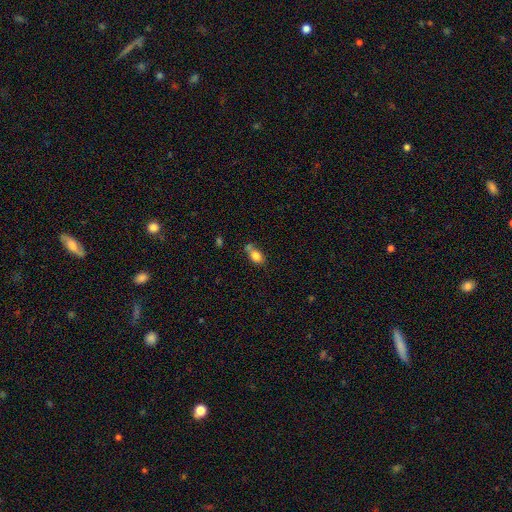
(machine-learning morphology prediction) Smooth or featured? smooth (81%)
How rounded? in between (79%)
Merging? none (49%)